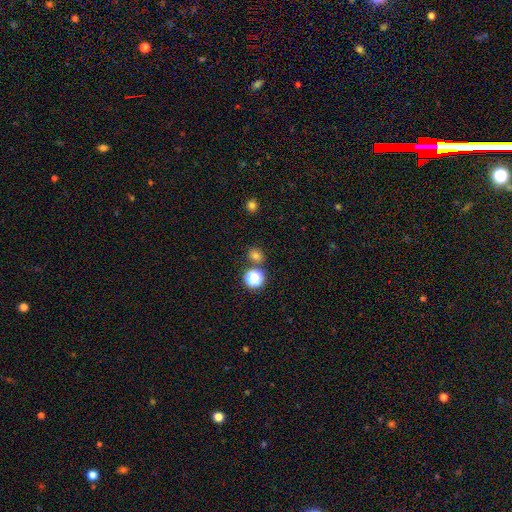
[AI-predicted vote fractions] smooth 71%, star or artifact 22%, featured or disk 6%. Down the decision tree: how rounded — round (73%); merging — none (79%).